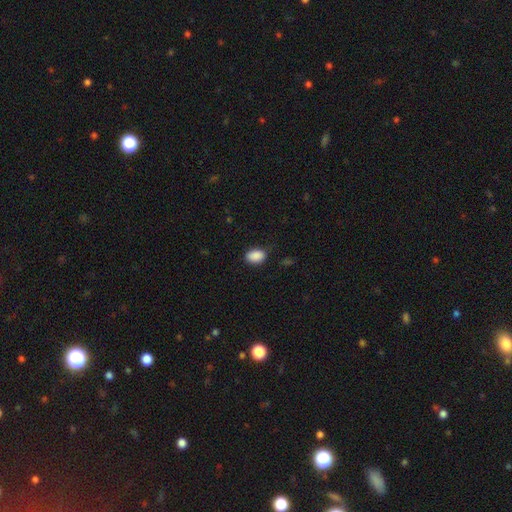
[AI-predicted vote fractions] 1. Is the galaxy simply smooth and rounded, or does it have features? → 89% smooth, 8% star or artifact, 3% featured or disk.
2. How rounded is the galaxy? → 85% in between, 14% round, 1% cigar-shaped.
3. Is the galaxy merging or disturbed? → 77% none, 18% minor disturbance, 4% major disturbance, 1% merger.